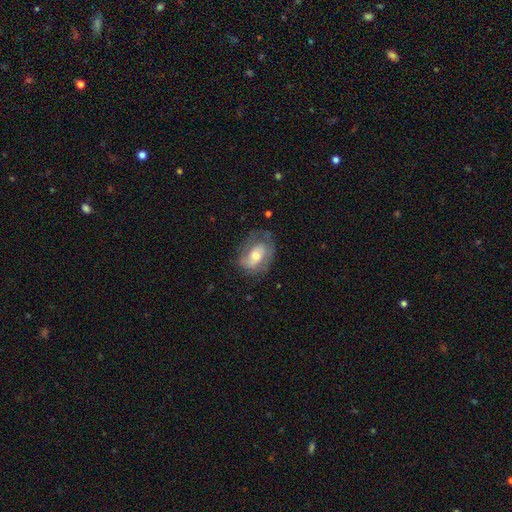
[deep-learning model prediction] This appears to be a featured or disk galaxy (52%). Merging: none (55%).